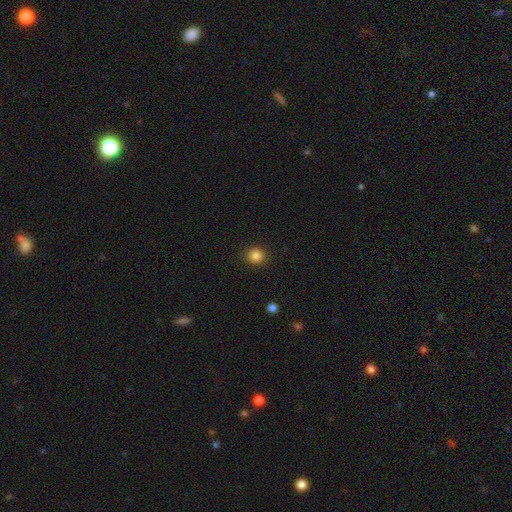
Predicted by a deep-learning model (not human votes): Smooth or featured?
  - smooth: 85% *
  - star or artifact: 11%
  - featured or disk: 4%
How rounded?
  - round: 89% *
  - in between: 10%
  - cigar-shaped: 1%
Merging?
  - none: 91% *
  - minor disturbance: 6%
  - major disturbance: 2%
  - merger: 1%